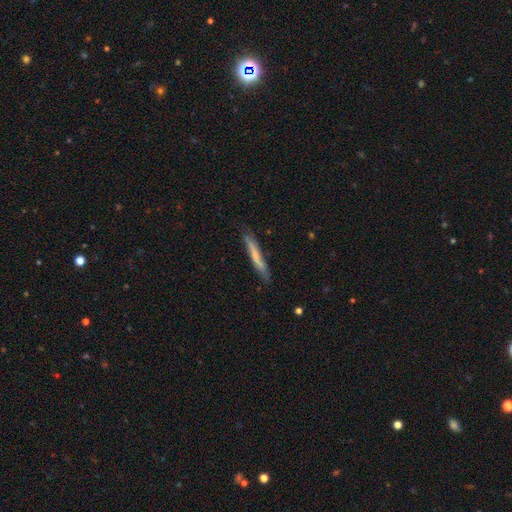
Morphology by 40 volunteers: Volunteers were most divided on "smooth or featured": smooth: 50%, featured or disk: 48%, star or artifact: 2%. More confident: how rounded — cigar-shaped (100%); merging — none (67%).